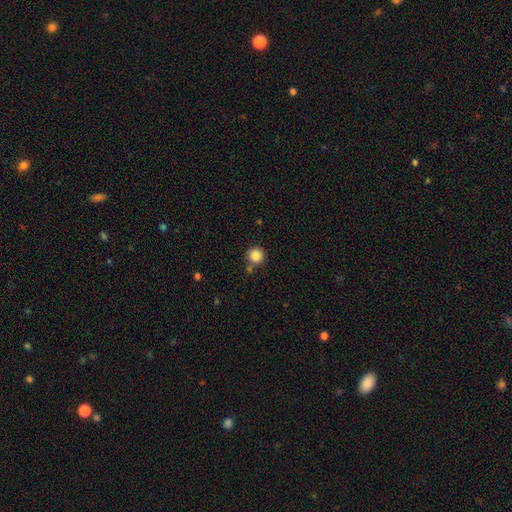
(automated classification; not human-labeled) This is clearly a smooth galaxy (86%). How rounded: clearly round (95%). Merging: clearly none (81%).